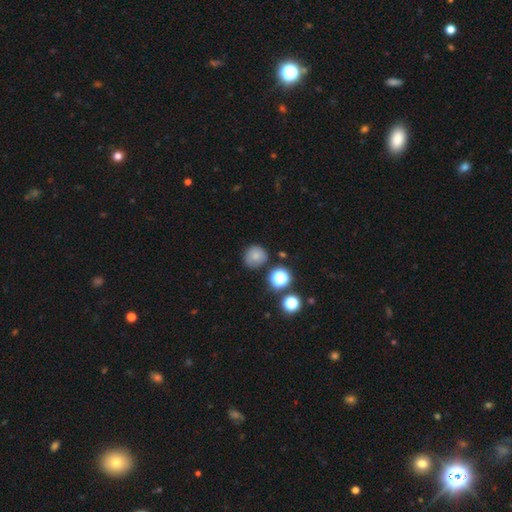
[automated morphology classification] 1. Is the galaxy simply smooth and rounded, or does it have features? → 76% smooth, 14% star or artifact, 9% featured or disk.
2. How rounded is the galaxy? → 82% round, 17% in between, 1% cigar-shaped.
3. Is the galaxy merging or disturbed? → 74% none, 17% minor disturbance, 5% merger, 4% major disturbance.